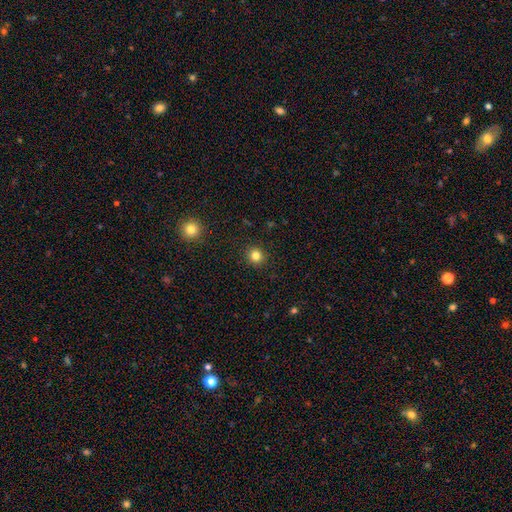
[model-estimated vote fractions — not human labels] smooth 82%, star or artifact 13%, featured or disk 5%. Down the decision tree: how rounded — round (91%); merging — none (92%).